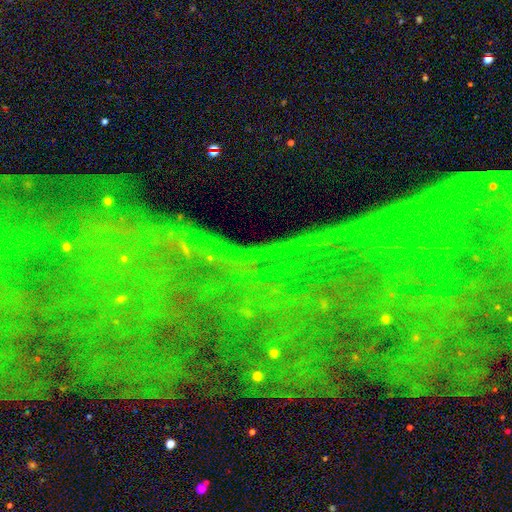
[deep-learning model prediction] smooth-or-featured: star or artifact: 81% | featured or disk: 11% | smooth: 7%